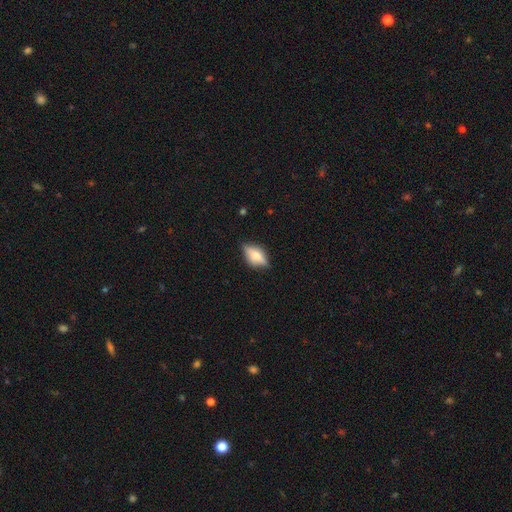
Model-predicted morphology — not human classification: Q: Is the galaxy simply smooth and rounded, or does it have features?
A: smooth — 52%.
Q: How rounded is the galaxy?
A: in between — 81%.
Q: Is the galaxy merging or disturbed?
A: none — 74%.